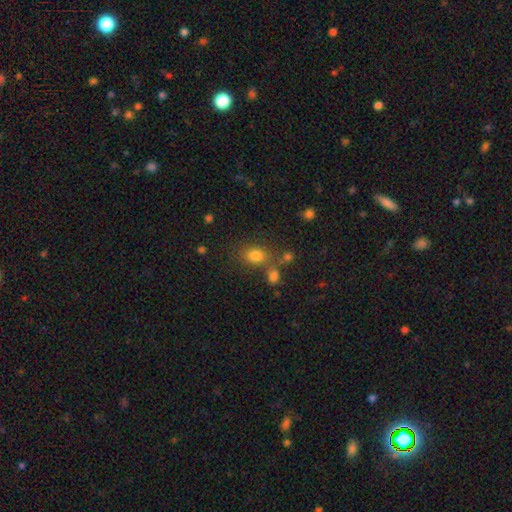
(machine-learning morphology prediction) This appears to be a smooth galaxy with no disk features (79%) that is in between round and cigar-shaped (60%). Merging: none (64%).